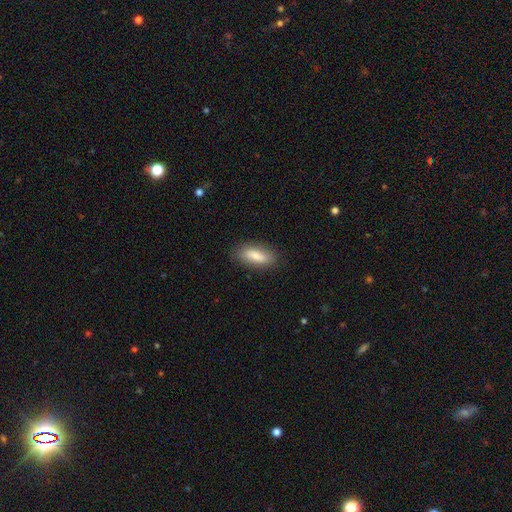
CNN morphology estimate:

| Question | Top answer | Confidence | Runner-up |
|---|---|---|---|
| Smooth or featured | smooth | 75% | featured or disk (17%) |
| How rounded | in between | 68% | cigar-shaped (29%) |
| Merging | none | 86% | minor disturbance (11%) |